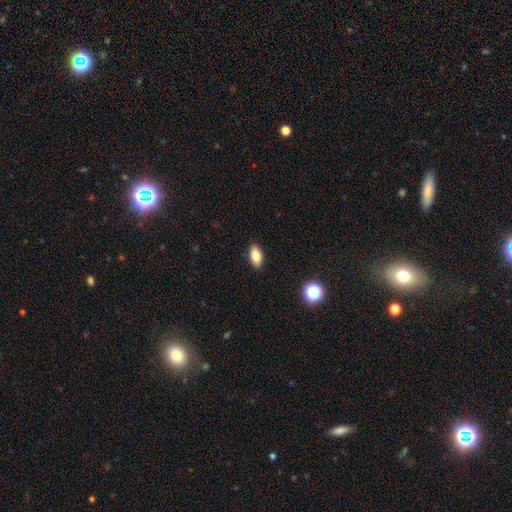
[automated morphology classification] smooth_or_featured: smooth (p=0.80) [alt: featured or disk p=0.11]
how_rounded: in between (p=0.87) [alt: cigar-shaped p=0.08]
merging: none (p=0.89) [alt: minor disturbance p=0.08]